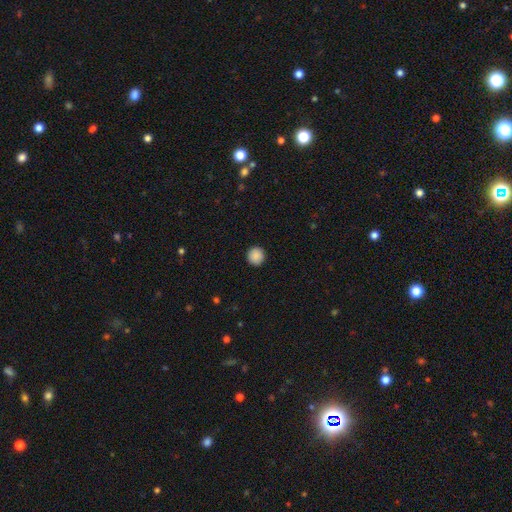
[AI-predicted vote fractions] A smooth galaxy with no disk features (89%) that is round (94%).

Vote fractions:
- Smooth or featured? smooth: 89% / star or artifact: 8% / featured or disk: 3%
- How rounded? round: 94% / in between: 5% / cigar-shaped: 1%
- Merging? none: 92% / minor disturbance: 5% / major disturbance: 2% / merger: 1%